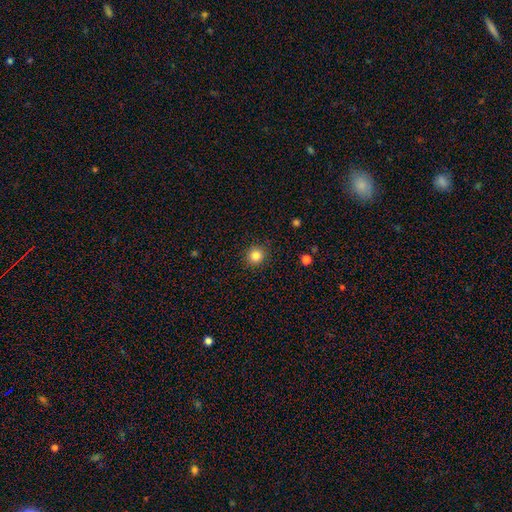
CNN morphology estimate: Overall: smooth (84%). How rounded: round (91%). Merging: none (91%).